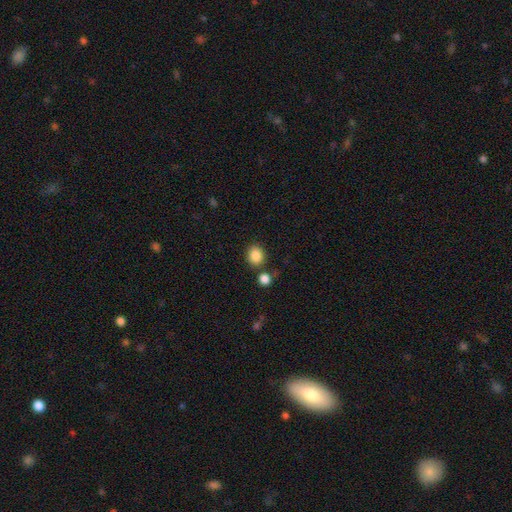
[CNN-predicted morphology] A smooth galaxy with no disk features (86%) that is round (69%). Merging: none (74%).